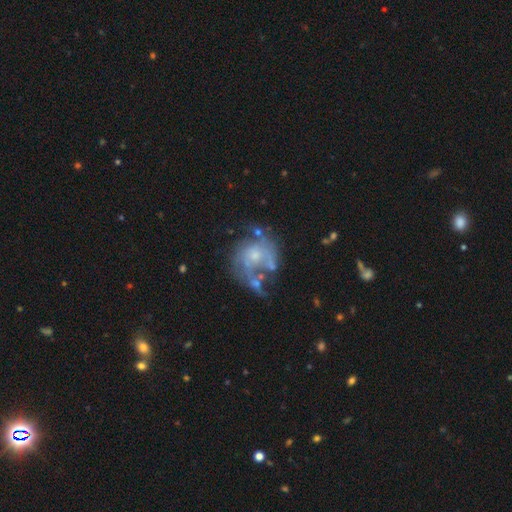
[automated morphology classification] featured or disk 71%, smooth 20%, star or artifact 9%. Down the decision tree: edge-on disk — no (98%); bar — no (79%); spiral arms — yes (66%); bulge size — small (49%); merging — none (38%).